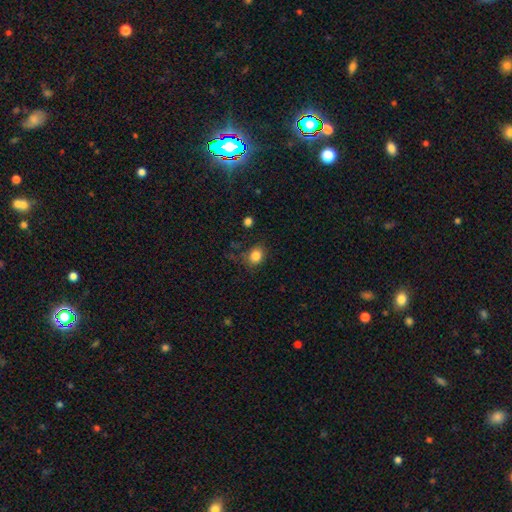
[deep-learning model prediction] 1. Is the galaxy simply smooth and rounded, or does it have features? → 84% smooth, 11% star or artifact, 5% featured or disk.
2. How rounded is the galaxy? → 57% round, 42% in between, 1% cigar-shaped.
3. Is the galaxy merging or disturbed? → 76% none, 16% minor disturbance, 5% major disturbance, 3% merger.